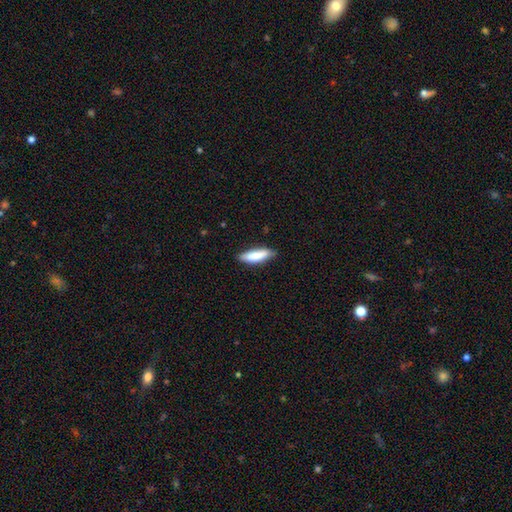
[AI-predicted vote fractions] Smooth or featured: smooth — 81% (featured or disk — 13%)
How rounded: cigar-shaped — 57% (in between — 42%)
Merging: none — 81% (minor disturbance — 15%)